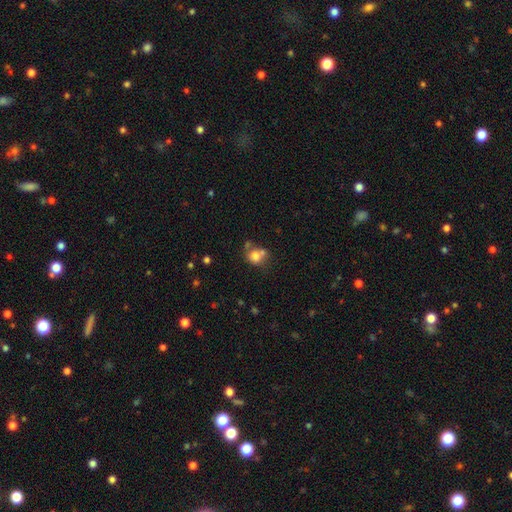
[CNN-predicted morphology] smooth-or-featured: smooth: 75% | featured or disk: 13% | star or artifact: 12%
  how-rounded: round: 70% | in between: 30% | cigar-shaped: 1%
  merging: none: 40% (tied) | merger: 40% (tied) | minor disturbance: 14% | major disturbance: 6%